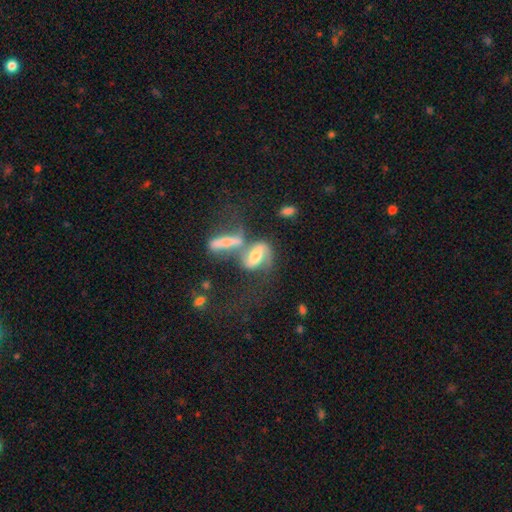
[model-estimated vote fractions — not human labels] A featured or disk galaxy (59%) with a weak bar (35%, tied with no), spiral arms (79%) and a moderate central bulge (54%).

Vote fractions:
- Smooth or featured? featured or disk: 59% / smooth: 32% / star or artifact: 9%
- Edge-on disk? no: 89% / yes: 11%
- Bar? weak: 35% (tied) / no: 35% (tied) / strong: 30%
- Spiral arms? yes: 79% / no: 21%
- Bulge size? moderate: 54% / large: 22% / small: 16% / none: 6% / dominant: 3%
- Merging? merger: 54% / none: 22% / major disturbance: 14% / minor disturbance: 10%